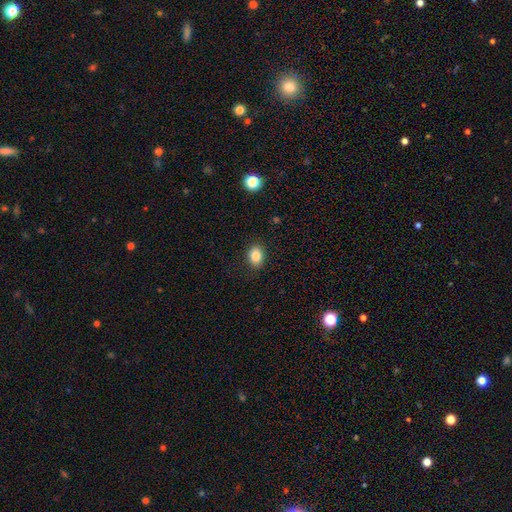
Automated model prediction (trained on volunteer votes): Overall: smooth (85%). How rounded: in between (68%; round 31%). Merging: none (87%).